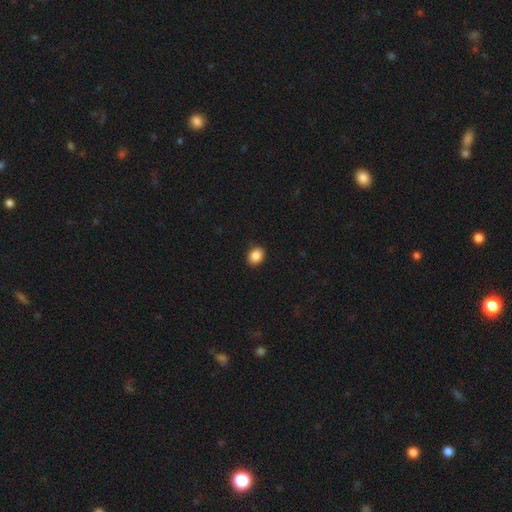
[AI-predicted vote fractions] Smooth or featured? Predicted: smooth (p=0.88). How rounded? Predicted: in between (p=0.55). Merging? Predicted: none (p=0.90).